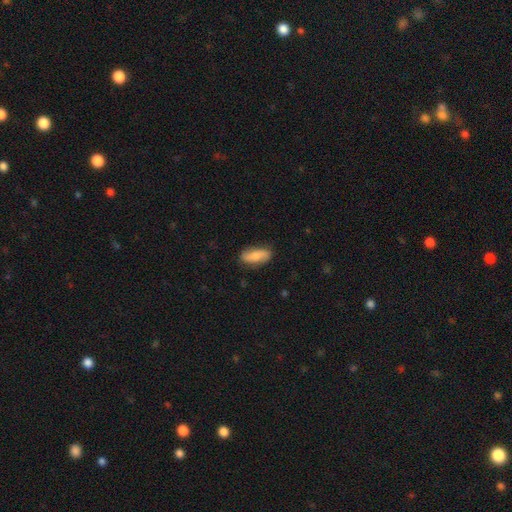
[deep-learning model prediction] Morphology: type=smooth (60%); roundness=in between (75%); merging=none (81%).